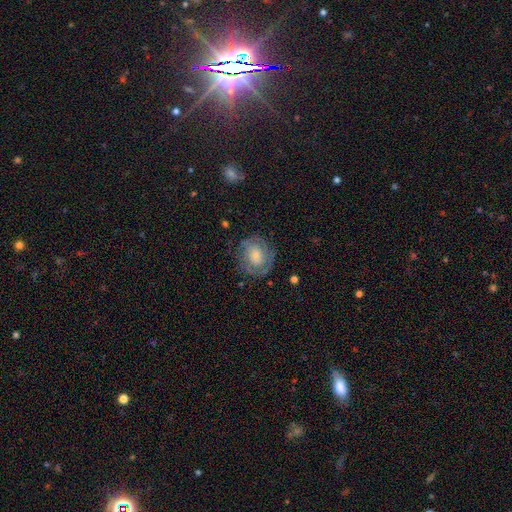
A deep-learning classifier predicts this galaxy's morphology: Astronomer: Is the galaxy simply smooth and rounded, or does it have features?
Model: featured or disk — 55% (runner-up: smooth, 38%).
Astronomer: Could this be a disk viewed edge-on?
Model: no — 97%.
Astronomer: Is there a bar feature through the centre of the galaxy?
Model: no — 80%.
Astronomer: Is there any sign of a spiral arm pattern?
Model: yes — 68%.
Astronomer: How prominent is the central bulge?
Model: small — 51% (runner-up: moderate, 33%).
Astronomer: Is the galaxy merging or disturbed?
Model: none — 68%.